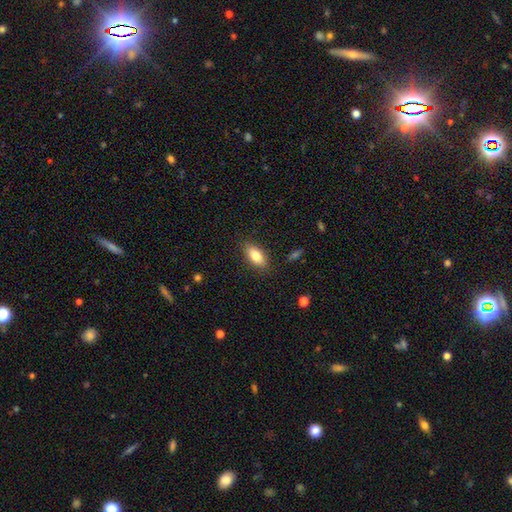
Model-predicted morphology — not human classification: smooth-or-featured: smooth: 81% | featured or disk: 11% | star or artifact: 7%
  how-rounded: in between: 86% | cigar-shaped: 11% | round: 4%
  merging: none: 86% | minor disturbance: 10% | major disturbance: 3% | merger: 1%